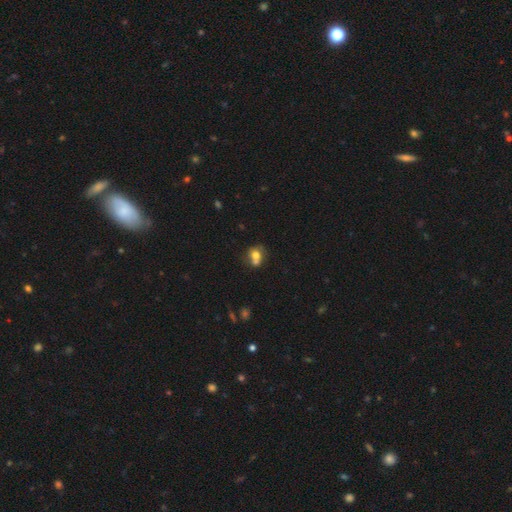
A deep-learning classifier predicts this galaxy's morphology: type=smooth (71%); roundness=round (62%); merging=merger (50%).